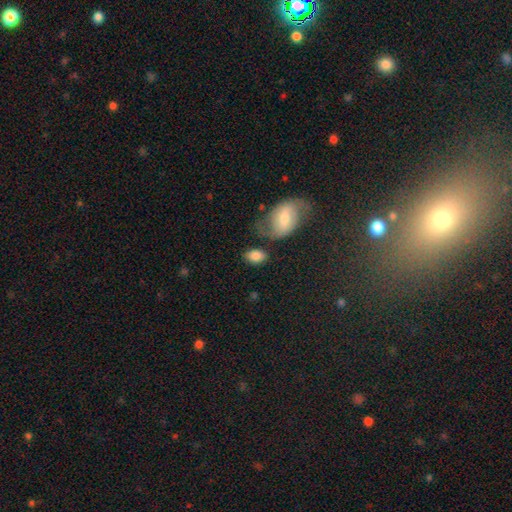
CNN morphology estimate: A smooth galaxy with no disk features (82%) that is in between round and cigar-shaped (87%). Merging: none (64%).